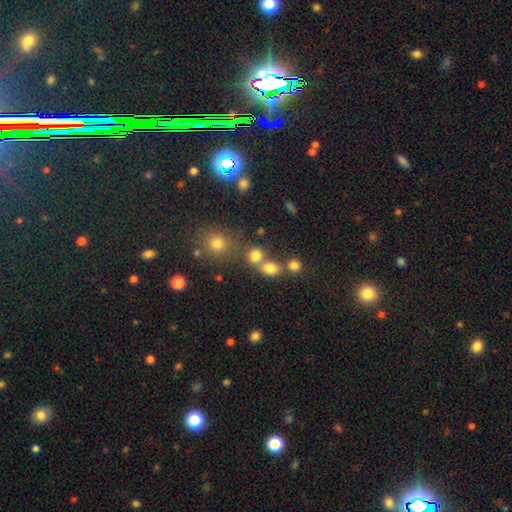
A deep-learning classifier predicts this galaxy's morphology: Q: Smooth or featured?
A: smooth (77%); runner-up: star or artifact (16%)
Q: How rounded?
A: round (75%); runner-up: in between (23%)
Q: Merging?
A: none (53%); runner-up: merger (35%)